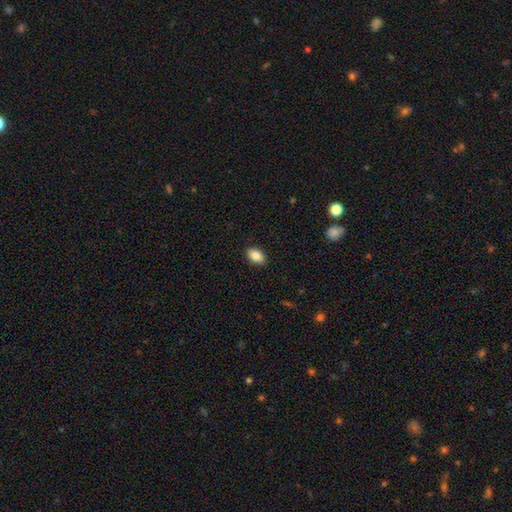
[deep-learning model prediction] smooth-or-featured: smooth: 86% | star or artifact: 8% | featured or disk: 6%
  how-rounded: in between: 88% | round: 10% | cigar-shaped: 1%
  merging: none: 89% | minor disturbance: 8% | major disturbance: 2% | merger: 1%